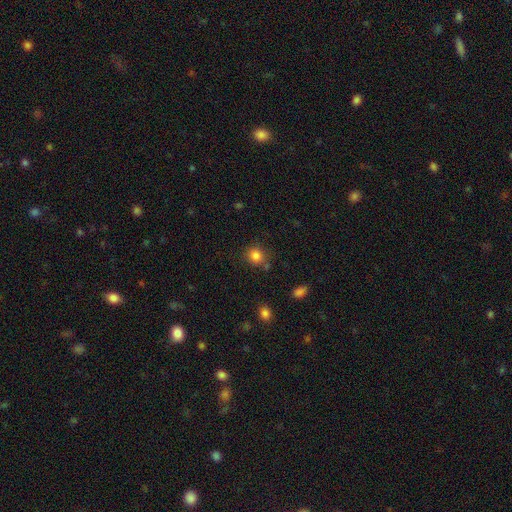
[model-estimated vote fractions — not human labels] smooth-or-featured: smooth: 83% | star or artifact: 12% | featured or disk: 5%
  how-rounded: round: 83% | in between: 16% | cigar-shaped: 1%
  merging: none: 74% | minor disturbance: 14% | merger: 7% | major disturbance: 5%